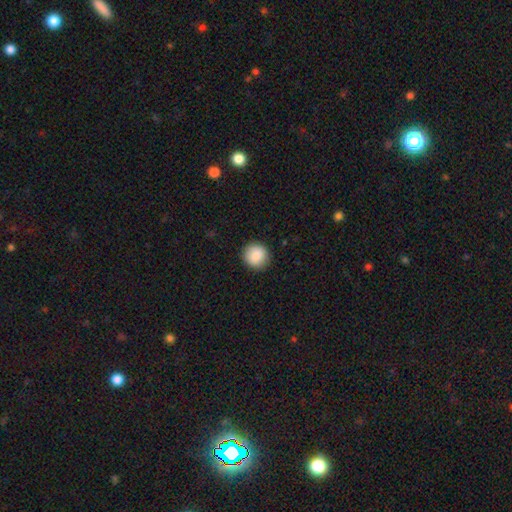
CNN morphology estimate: Overall: smooth (87%). How rounded: round (92%). Merging: none (91%).